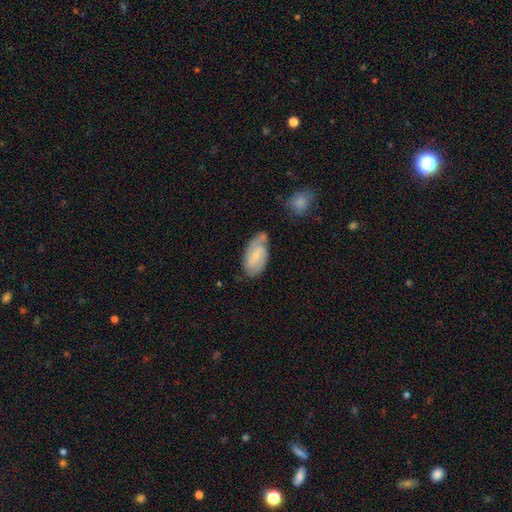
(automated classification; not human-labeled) This appears to be a featured or disk galaxy (64%) with a weak bar (53%), 2 (70%) tight (43%) spiral arms (89%) and a small central bulge (67%). Merging: none (57%).